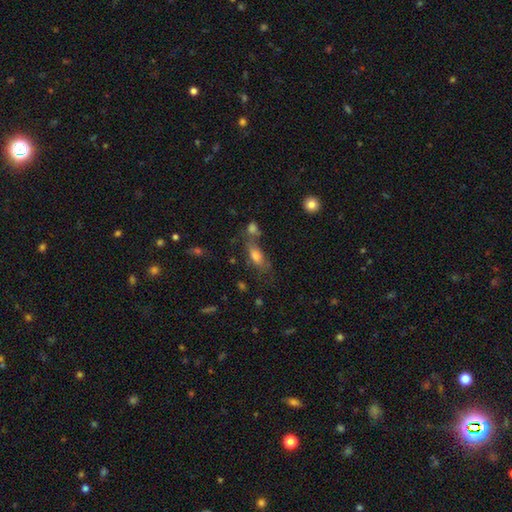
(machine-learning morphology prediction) The model was most divided on "merging": none: 44%, merger: 27%, minor disturbance: 17%, major disturbance: 11%. More confident: how rounded — in between (73%); smooth or featured — smooth (69%).